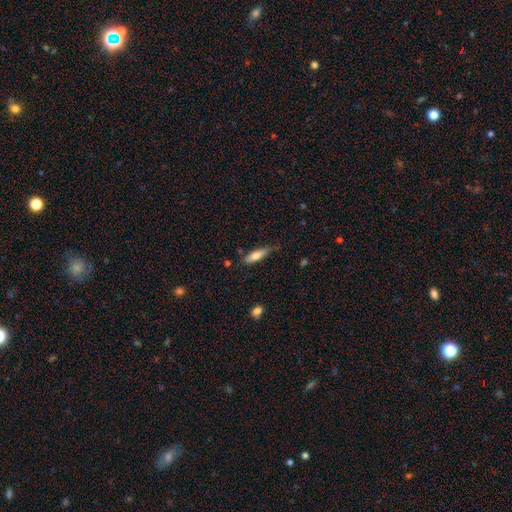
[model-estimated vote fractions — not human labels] Smooth or featured? smooth (72%)
How rounded? cigar-shaped (61%)
Merging? none (66%)